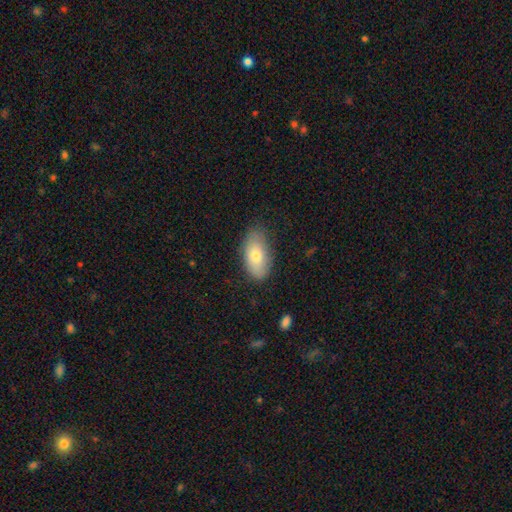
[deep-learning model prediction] smooth_or_featured: smooth (p=0.74) [alt: featured or disk p=0.18]
how_rounded: in between (p=0.91) [alt: cigar-shaped p=0.04]
merging: none (p=0.78) [alt: minor disturbance p=0.17]